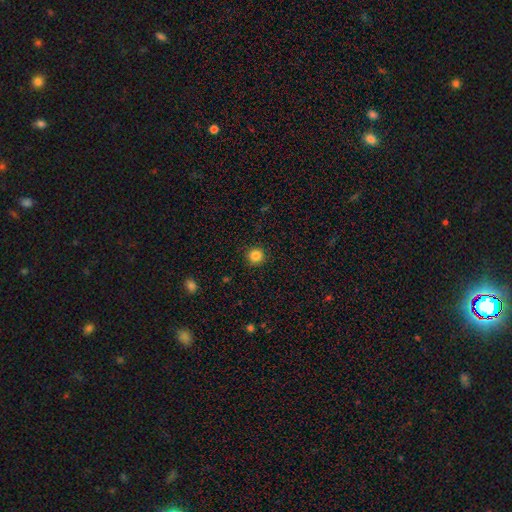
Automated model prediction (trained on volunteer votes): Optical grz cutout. It shows a smooth galaxy with no disk features (85%) that is round (94%). Merging: none (91%).